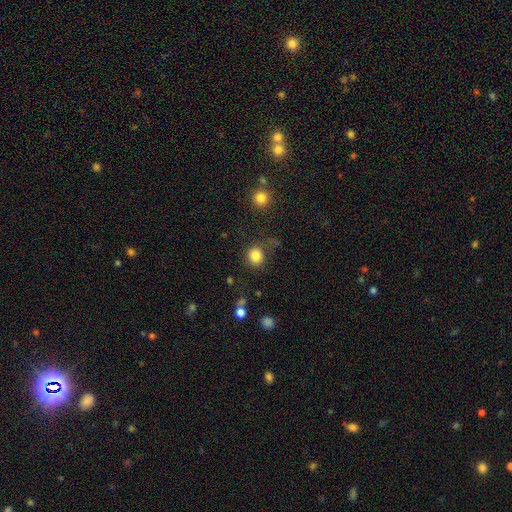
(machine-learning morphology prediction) smooth-or-featured: smooth: 83% | star or artifact: 12% | featured or disk: 5%
  how-rounded: round: 87% | in between: 12% | cigar-shaped: 1%
  merging: none: 79% | minor disturbance: 12% | major disturbance: 6% | merger: 4%